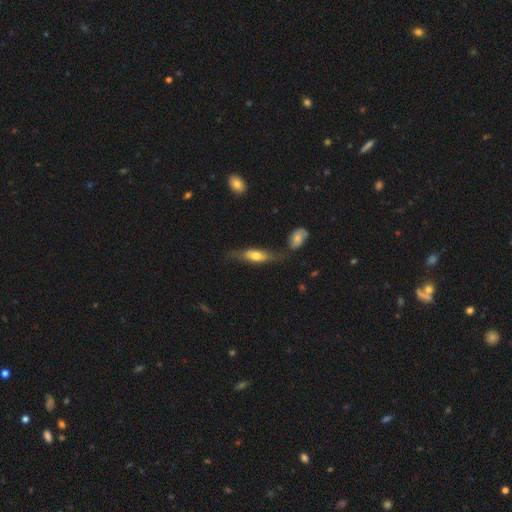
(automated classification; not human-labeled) Smooth or featured: smooth — 51% (featured or disk — 43%)
How rounded: cigar-shaped — 51% (in between — 46%)
Merging: none — 55% (minor disturbance — 22%)